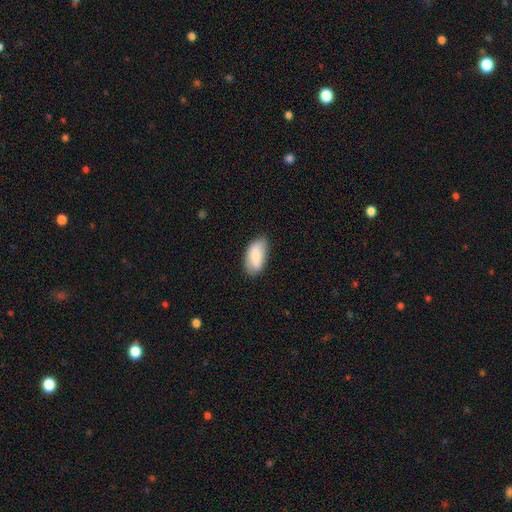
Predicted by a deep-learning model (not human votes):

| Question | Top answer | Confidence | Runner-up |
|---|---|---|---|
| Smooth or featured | smooth | 81% | featured or disk (12%) |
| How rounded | in between | 93% | cigar-shaped (4%) |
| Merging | none | 74% | minor disturbance (21%) |